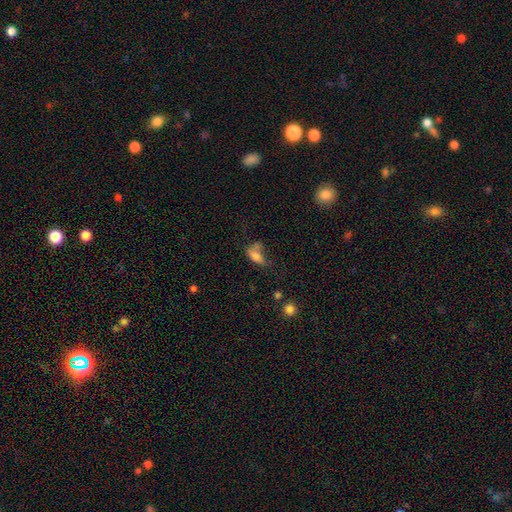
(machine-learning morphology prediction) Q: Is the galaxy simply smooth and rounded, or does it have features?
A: smooth — 72%.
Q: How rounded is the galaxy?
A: in between — 80%.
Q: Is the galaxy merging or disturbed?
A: none — 30%.